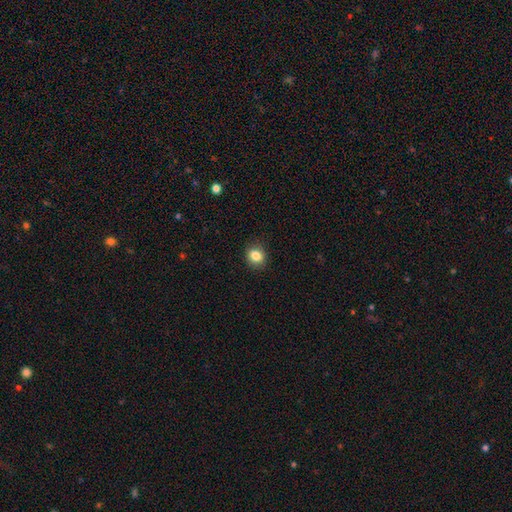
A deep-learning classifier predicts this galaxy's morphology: The model was most divided on "how rounded": round: 65%, in between: 35%, cigar-shaped: 1%. More confident: merging — none (87%); smooth or featured — smooth (85%).